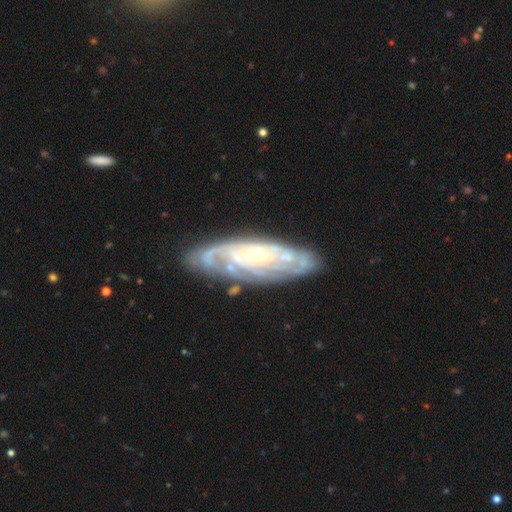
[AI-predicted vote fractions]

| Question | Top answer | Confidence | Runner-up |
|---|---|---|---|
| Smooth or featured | featured or disk | 85% | smooth (10%) |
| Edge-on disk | no | 86% | yes (14%) |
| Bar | no | 60% | weak (29%) |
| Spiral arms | yes | 93% | no (7%) |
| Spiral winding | tight | 68% | medium (26%) |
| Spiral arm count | can't tell | 43% | 2 (21%) |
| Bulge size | small | 54% | moderate (41%) |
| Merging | none | 75% | minor disturbance (17%) |